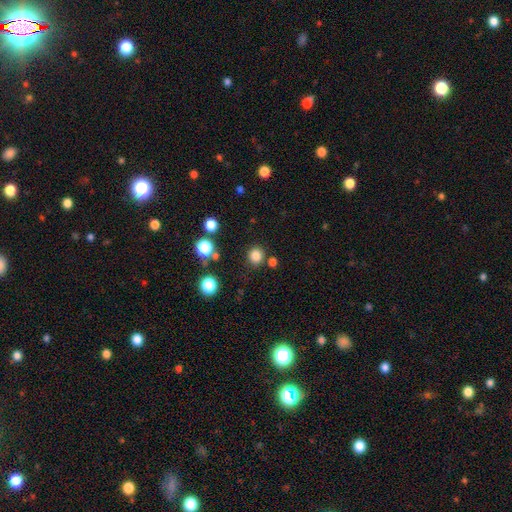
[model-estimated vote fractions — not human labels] This is clearly a smooth galaxy (82%). How rounded: clearly round (87%). Merging: clearly none (83%).